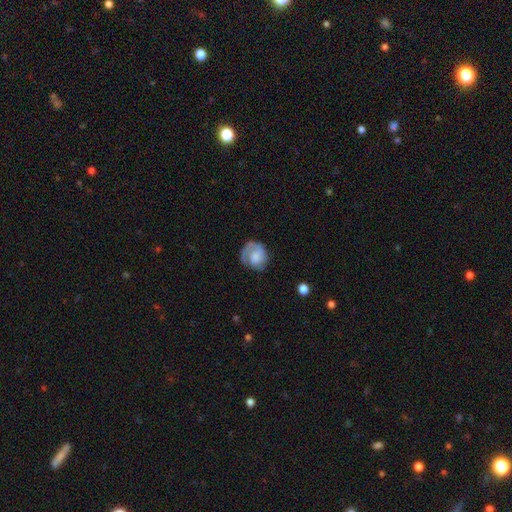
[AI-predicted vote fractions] smooth_or_featured: smooth (p=0.52) [alt: featured or disk p=0.41]
how_rounded: round (p=0.74) [alt: in between p=0.25]
merging: none (p=0.57) [alt: minor disturbance p=0.24]